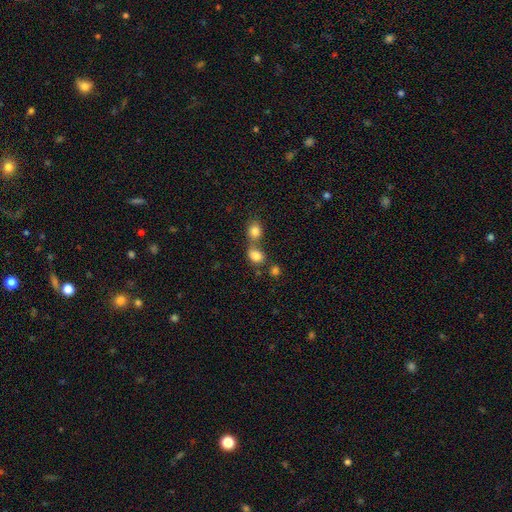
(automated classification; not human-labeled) Q: Smooth or featured?
A: smooth (82%); runner-up: star or artifact (10%)
Q: How rounded?
A: in between (51%); runner-up: round (47%)
Q: Merging?
A: merger (51%); runner-up: none (37%)